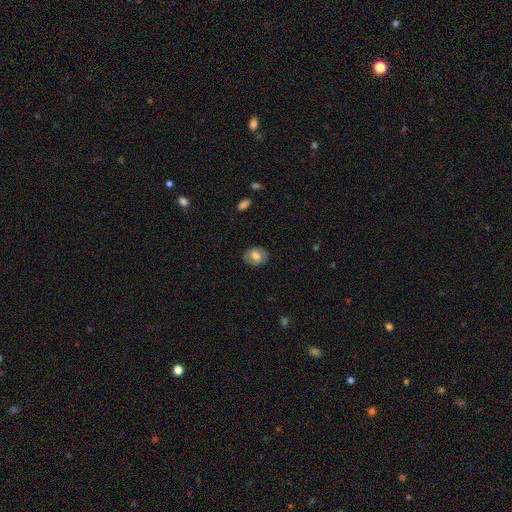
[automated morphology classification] Smooth or featured? smooth (68%)
How rounded? in between (60%)
Merging? none (84%)